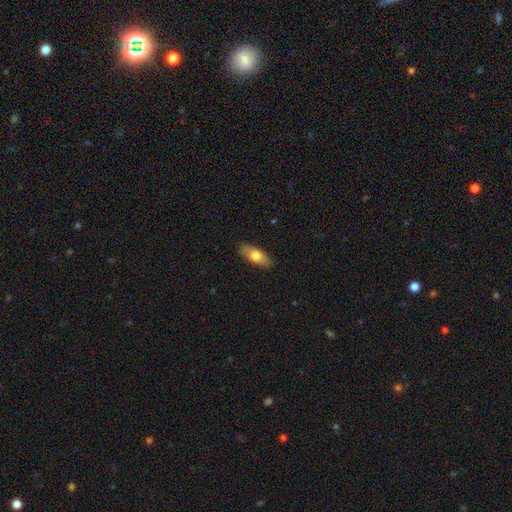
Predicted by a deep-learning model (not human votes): This is likely a smooth galaxy (70%). How rounded: likely in between (77%). Merging: clearly none (87%).